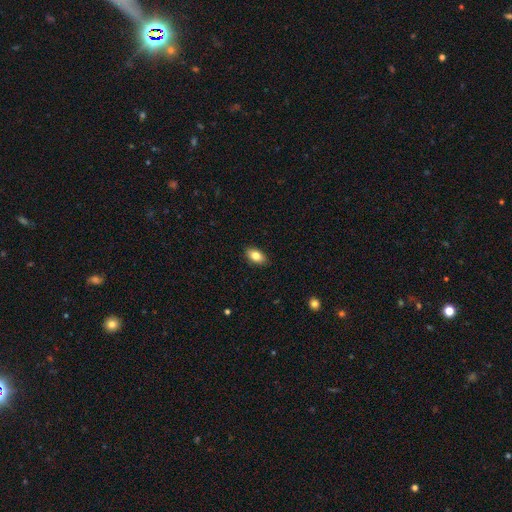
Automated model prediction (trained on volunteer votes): smooth-or-featured: smooth: 82% | featured or disk: 10% | star or artifact: 7%
  how-rounded: in between: 90% | round: 7% | cigar-shaped: 3%
  merging: none: 89% | minor disturbance: 8% | major disturbance: 2% | merger: 1%